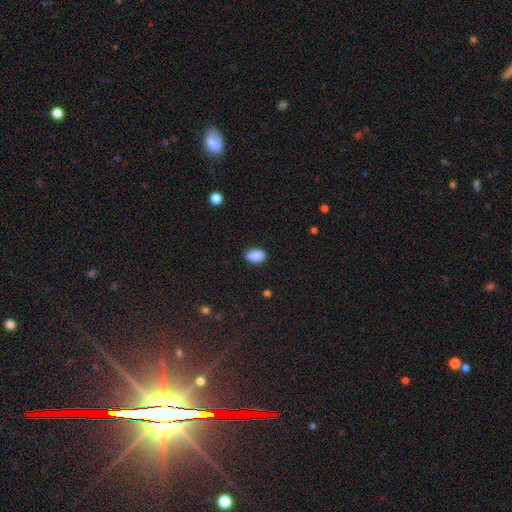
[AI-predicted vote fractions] A smooth galaxy with no disk features (88%) that is in between round and cigar-shaped (89%).

Vote fractions:
- Smooth or featured? smooth: 88% / star or artifact: 8% / featured or disk: 4%
- How rounded? in between: 89% / round: 9% / cigar-shaped: 2%
- Merging? none: 81% / minor disturbance: 15% / major disturbance: 3% / merger: 2%